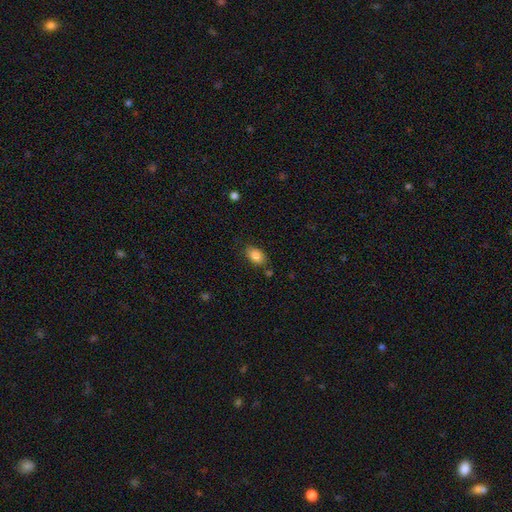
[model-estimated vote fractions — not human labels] Smooth or featured: smooth — 85% (star or artifact — 8%)
How rounded: in between — 87% (round — 12%)
Merging: none — 76% (minor disturbance — 16%)